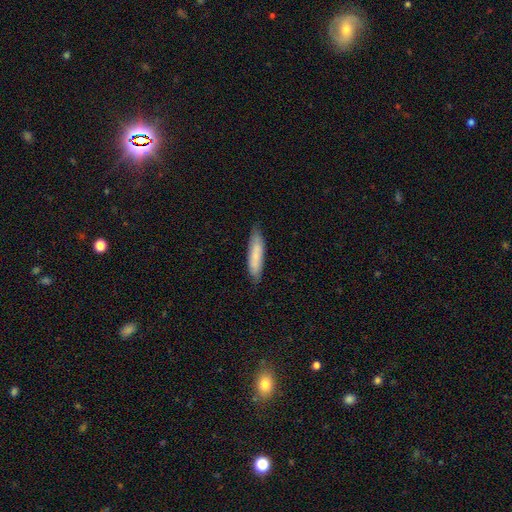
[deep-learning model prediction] Smooth or featured?
  - smooth: 76% *
  - featured or disk: 18%
  - star or artifact: 6%
How rounded?
  - cigar-shaped: 72% *
  - in between: 27%
  - round: 1%
Merging?
  - none: 81% *
  - minor disturbance: 15%
  - major disturbance: 2%
  - merger: 1%